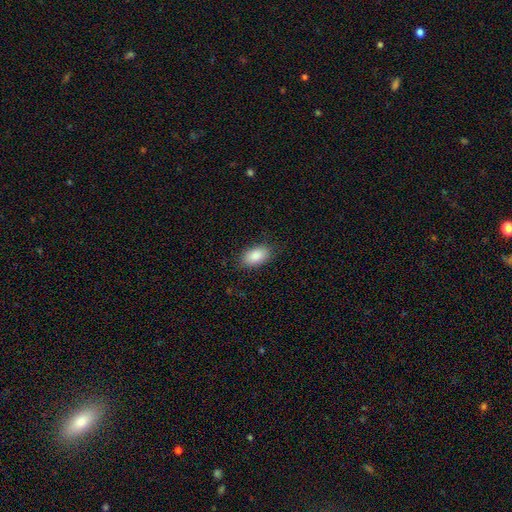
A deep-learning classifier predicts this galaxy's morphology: This appears to be a smooth galaxy with no disk features (88%) that is in between round and cigar-shaped (93%). Merging: none (84%).